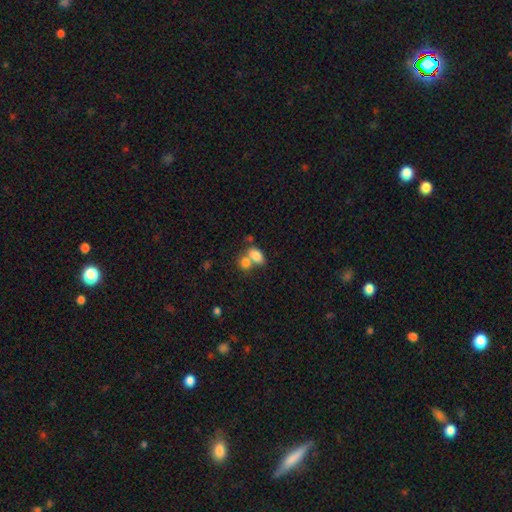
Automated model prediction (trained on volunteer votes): Smooth or featured?
  - smooth: 80% *
  - featured or disk: 12%
  - star or artifact: 9%
How rounded?
  - in between: 85% *
  - round: 13%
  - cigar-shaped: 2%
Merging?
  - merger: 55% *
  - none: 31%
  - minor disturbance: 9%
  - major disturbance: 5%